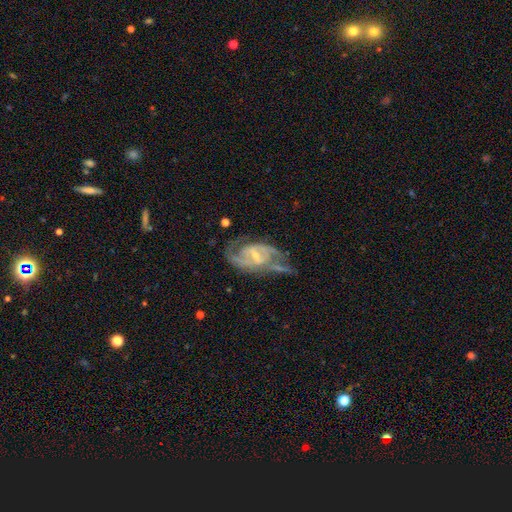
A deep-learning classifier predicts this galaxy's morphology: Smooth or featured? featured or disk (87%)
Edge-on disk? no (96%)
Bar? weak (52%)
Spiral arms? yes (94%)
Spiral winding? medium (53%)
Spiral arm count? 2 (78%)
Bulge size? small (64%)
Merging? none (53%)